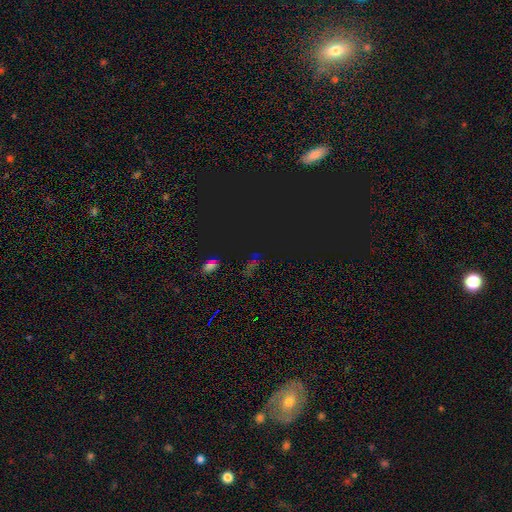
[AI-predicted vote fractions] Overall: star or artifact (74%).